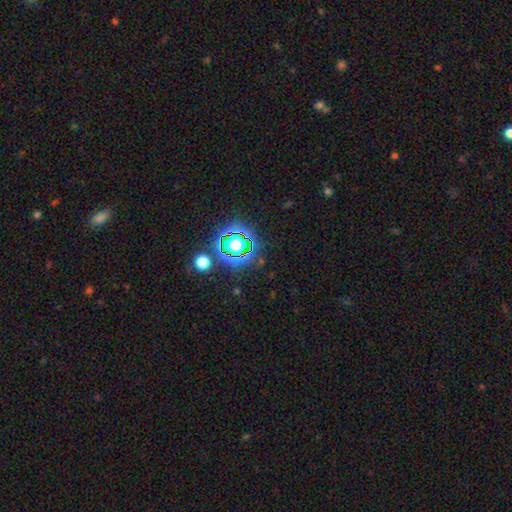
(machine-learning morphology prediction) Smooth or featured? star or artifact (81%)